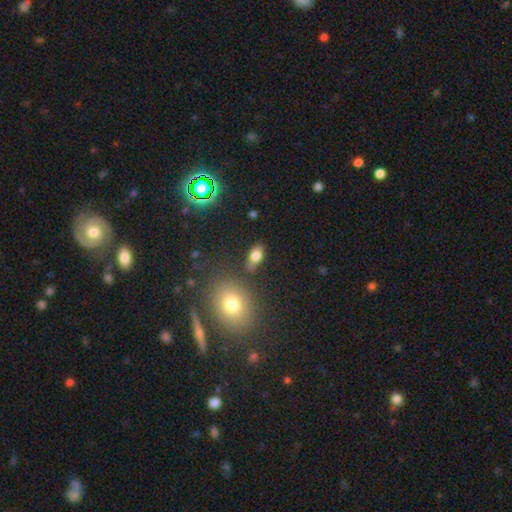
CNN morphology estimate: smooth 79%, star or artifact 11%, featured or disk 10%. Down the decision tree: how rounded — in between (86%); merging — none (73%).